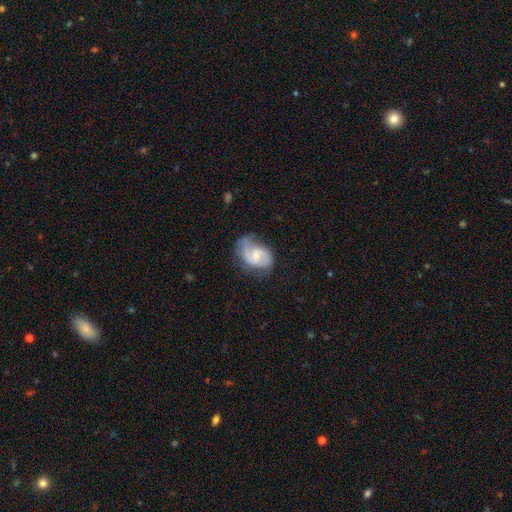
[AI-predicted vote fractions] Smooth or featured? featured or disk (71%)
Edge-on disk? no (98%)
Bar? no (50%)
Spiral arms? yes (91%)
Spiral winding? medium (48%)
Spiral arm count? 2 (74%)
Bulge size? small (50%)
Merging? none (49%)